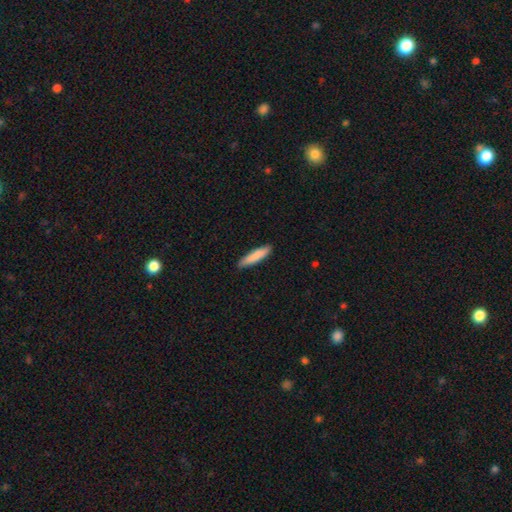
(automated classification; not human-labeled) smooth_or_featured: smooth (p=0.86) [alt: featured or disk p=0.09]
how_rounded: cigar-shaped (p=0.84) [alt: in between p=0.15]
merging: none (p=0.88) [alt: minor disturbance p=0.09]